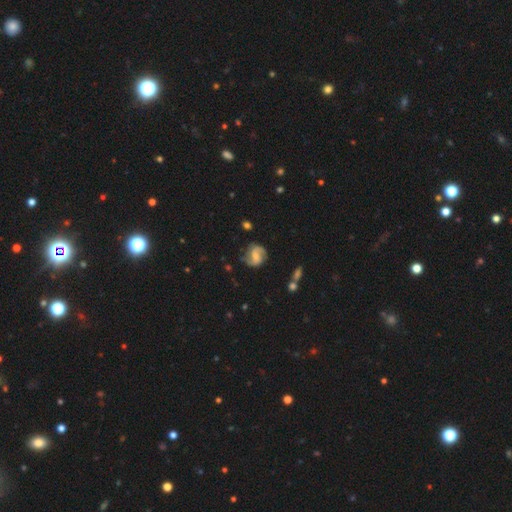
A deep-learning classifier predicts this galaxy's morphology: Q: Smooth or featured?
A: featured or disk (78%); runner-up: smooth (15%)
Q: Edge-on disk?
A: no (98%); runner-up: yes (2%)
Q: Bar?
A: weak (49%); runner-up: no (32%)
Q: Spiral arms?
A: yes (95%); runner-up: no (5%)
Q: Spiral winding?
A: medium (46%); runner-up: loose (36%)
Q: Spiral arm count?
A: 2 (90%); runner-up: can't tell (4%)
Q: Bulge size?
A: small (38%); runner-up: none (29%)
Q: Merging?
A: none (75%); runner-up: minor disturbance (17%)